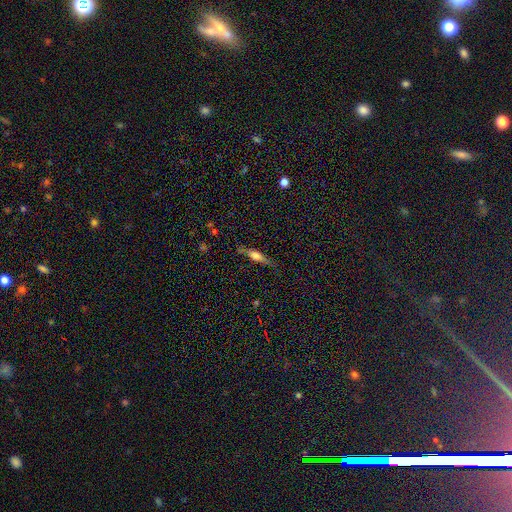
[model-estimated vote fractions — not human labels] Smooth or featured? featured or disk (51%)
Edge-on disk? yes (93%)
Merging? none (82%)